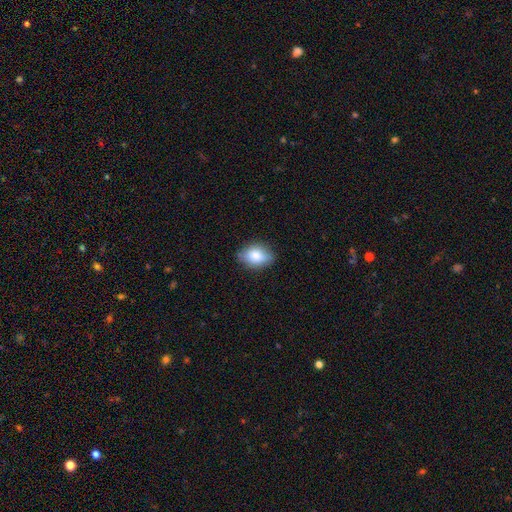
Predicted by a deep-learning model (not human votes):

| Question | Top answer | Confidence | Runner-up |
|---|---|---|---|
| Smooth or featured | smooth | 80% | featured or disk (12%) |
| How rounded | in between | 75% | round (23%) |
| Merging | none | 79% | minor disturbance (17%) |